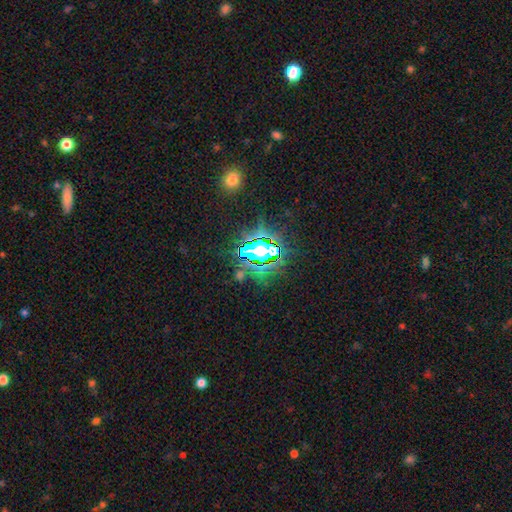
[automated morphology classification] The model was most divided on "smooth or featured": star or artifact: 72%, smooth: 16%, featured or disk: 12%.